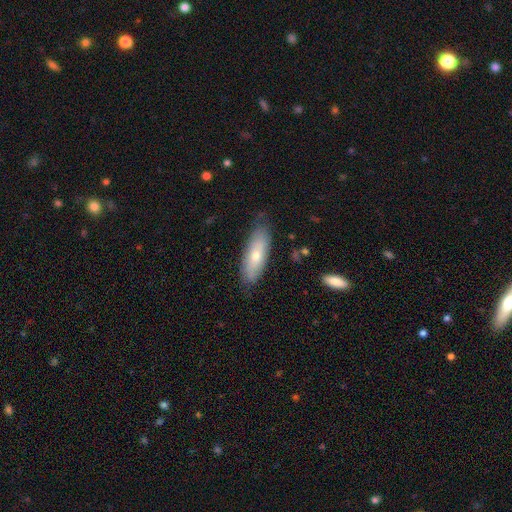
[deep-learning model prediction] smooth-or-featured: smooth: 59% | featured or disk: 34% | star or artifact: 7%
  how-rounded: in between: 57% | cigar-shaped: 41% | round: 2%
  merging: none: 77% | minor disturbance: 18% | major disturbance: 3% | merger: 1%